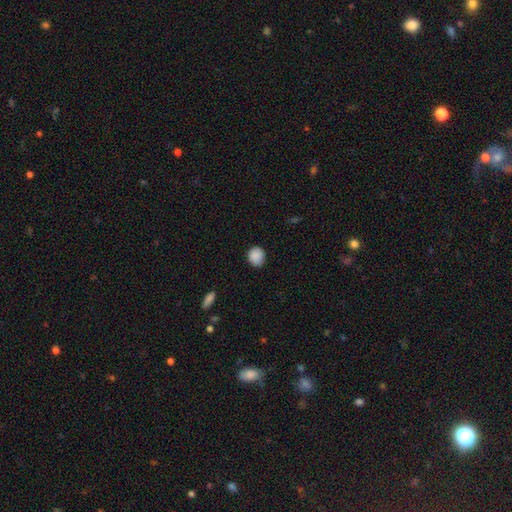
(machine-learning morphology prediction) type=smooth (88%); roundness=round (73%); merging=none (80%).